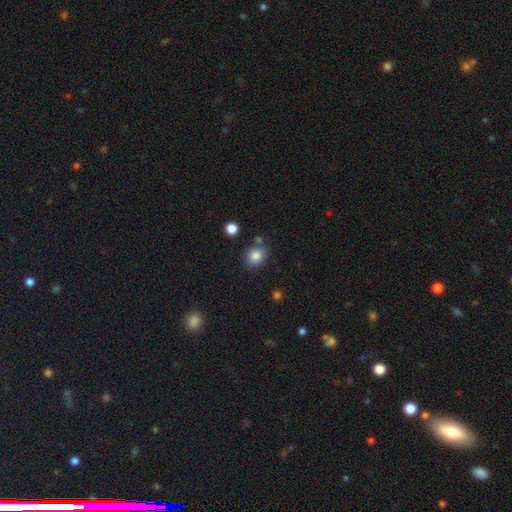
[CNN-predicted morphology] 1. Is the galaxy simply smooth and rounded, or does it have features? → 84% smooth, 10% star or artifact, 6% featured or disk.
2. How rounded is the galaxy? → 61% round, 39% in between, 1% cigar-shaped.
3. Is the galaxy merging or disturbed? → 77% none, 12% minor disturbance, 8% merger, 3% major disturbance.